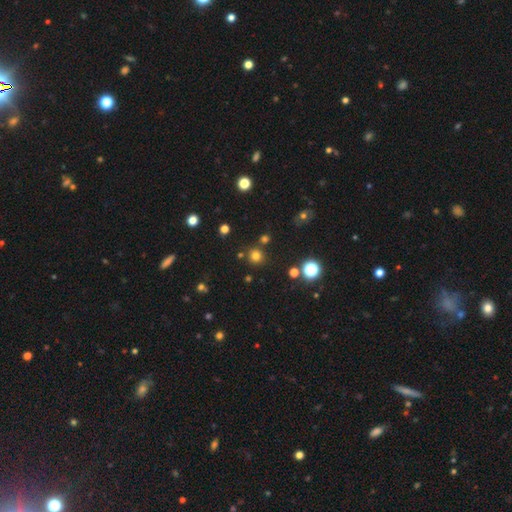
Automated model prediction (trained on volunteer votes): A smooth galaxy with no disk features (73%) that is round (93%). Merging: none (84%).